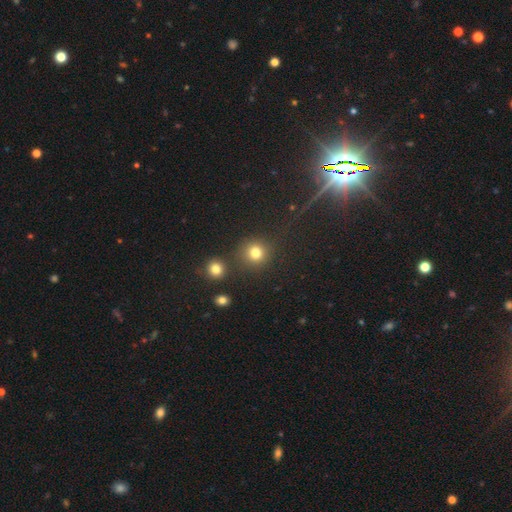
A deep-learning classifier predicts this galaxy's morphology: Smooth or featured?
  - star or artifact: 58% *
  - smooth: 35%
  - featured or disk: 7%